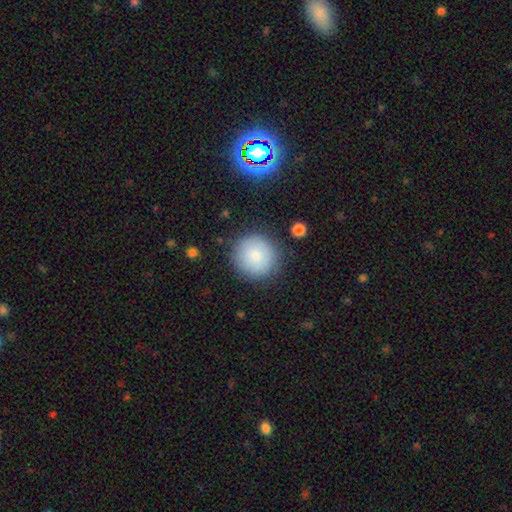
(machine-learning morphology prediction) smooth_or_featured: smooth (p=0.82) [alt: featured or disk p=0.11]
how_rounded: round (p=0.94) [alt: in between p=0.05]
merging: none (p=0.84) [alt: minor disturbance p=0.10]